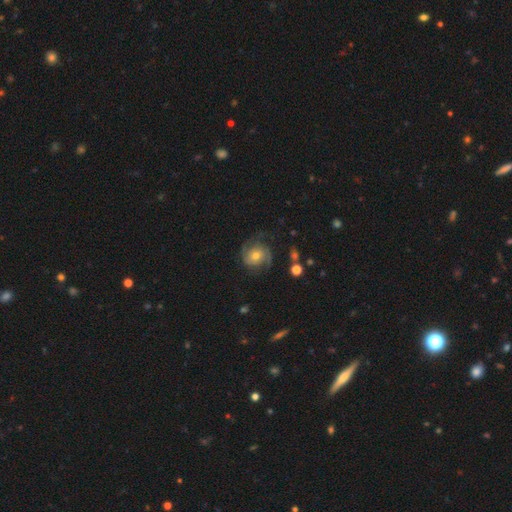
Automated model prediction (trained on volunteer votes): This appears to be a featured or disk galaxy (78%) with no bar (71%), 2 (72%) medium (44%) spiral arms (95%) and a moderate central bulge (60%). Merging: none (69%).